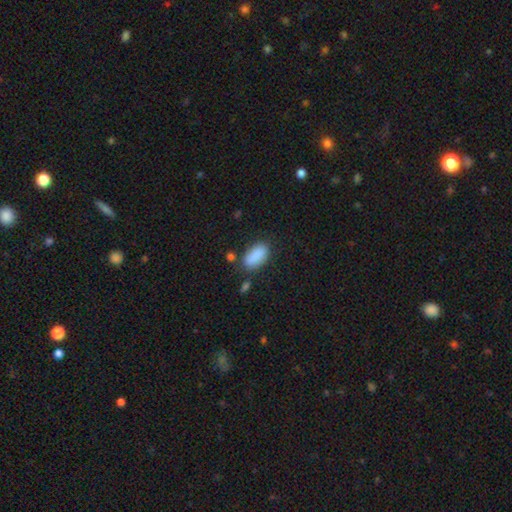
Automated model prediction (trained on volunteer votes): Smooth or featured?
  - smooth: 88% *
  - star or artifact: 7%
  - featured or disk: 5%
How rounded?
  - in between: 90% *
  - cigar-shaped: 7%
  - round: 3%
Merging?
  - none: 71% *
  - minor disturbance: 17%
  - merger: 7%
  - major disturbance: 5%